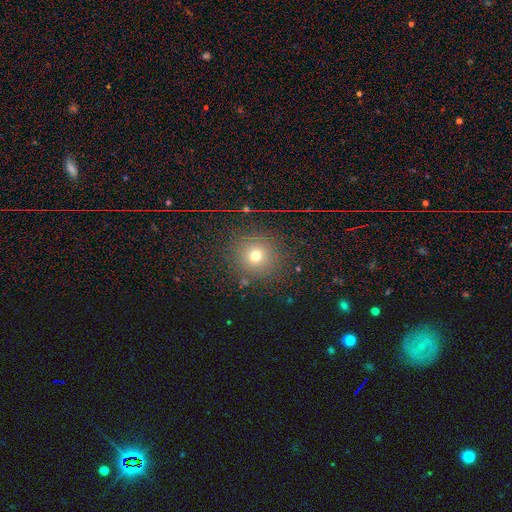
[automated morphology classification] Smooth or featured?
  - smooth: 68% *
  - star or artifact: 22%
  - featured or disk: 10%
How rounded?
  - round: 92% *
  - in between: 7%
  - cigar-shaped: 1%
Merging?
  - none: 88% *
  - minor disturbance: 7%
  - major disturbance: 3%
  - merger: 2%